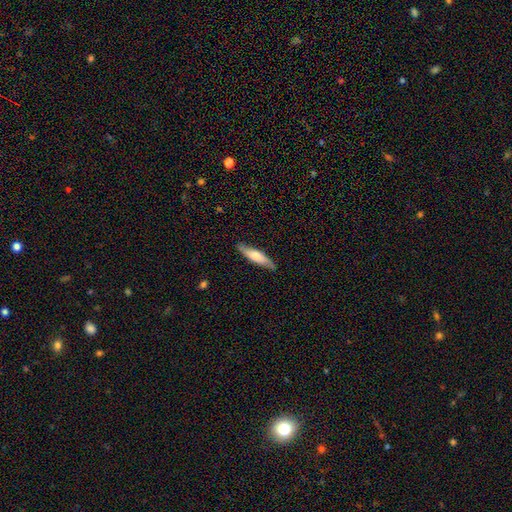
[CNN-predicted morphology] smooth 53%, featured or disk 42%, star or artifact 5%. Down the decision tree: how rounded — cigar-shaped (73%); merging — none (83%).